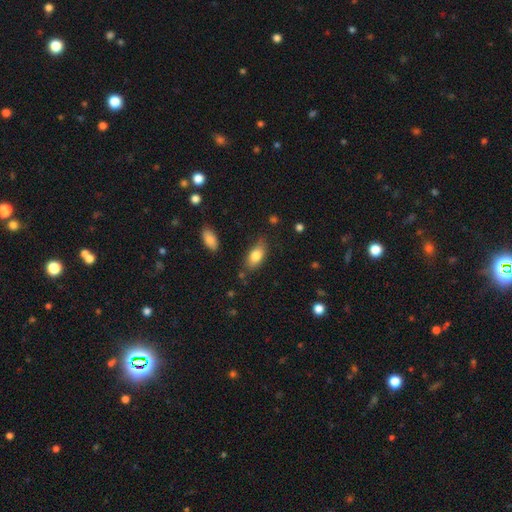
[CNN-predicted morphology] Smooth or featured: smooth — 81% (featured or disk — 12%)
How rounded: in between — 89% (cigar-shaped — 7%)
Merging: none — 75% (minor disturbance — 18%)